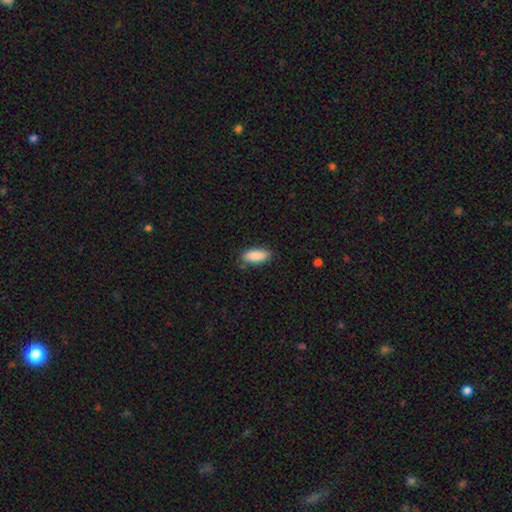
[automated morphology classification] This is clearly a smooth galaxy (89%). How rounded: likely in between (78%). Merging: clearly none (82%).